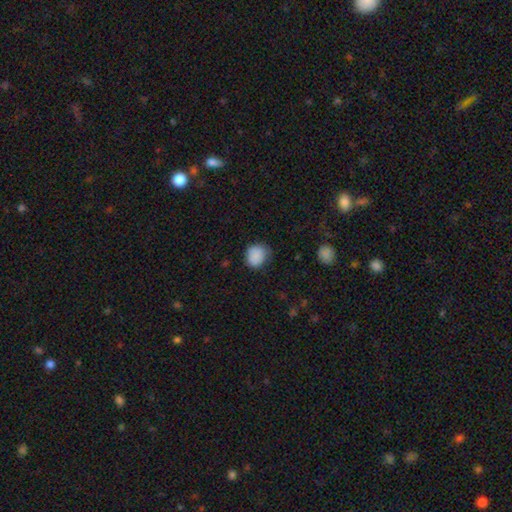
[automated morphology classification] smooth 87%, star or artifact 9%, featured or disk 4%. Down the decision tree: how rounded — round (70%); merging — none (68%).